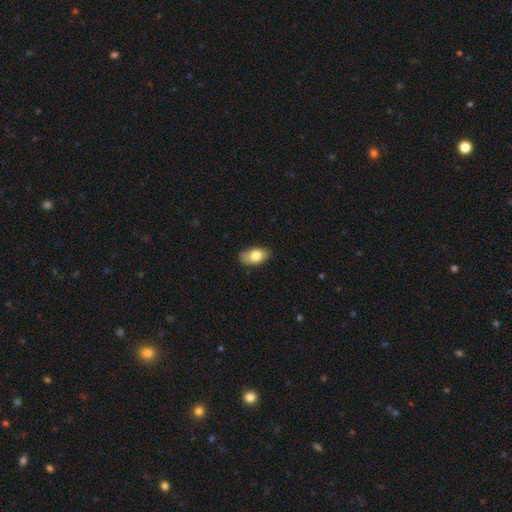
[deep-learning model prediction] Smooth or featured? Predicted: smooth (p=0.78). How rounded? Predicted: in between (p=0.91). Merging? Predicted: none (p=0.75).